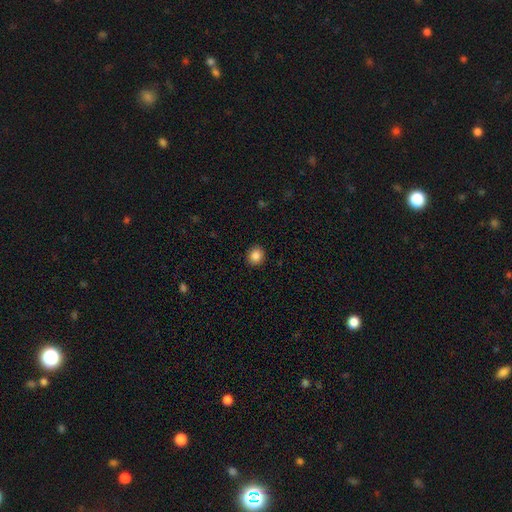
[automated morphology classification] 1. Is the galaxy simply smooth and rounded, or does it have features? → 86% smooth, 10% star or artifact, 4% featured or disk.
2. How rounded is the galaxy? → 83% round, 16% in between, 1% cigar-shaped.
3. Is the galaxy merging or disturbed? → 92% none, 6% minor disturbance, 2% major disturbance, 1% merger.